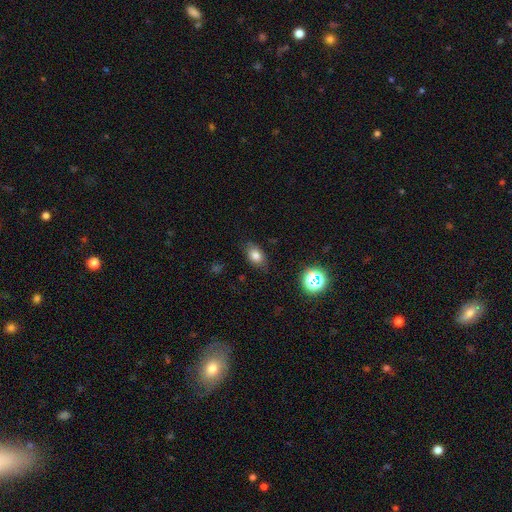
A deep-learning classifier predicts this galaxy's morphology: Smooth or featured: smooth — 78% (star or artifact — 13%)
How rounded: in between — 83% (round — 15%)
Merging: none — 80% (minor disturbance — 15%)